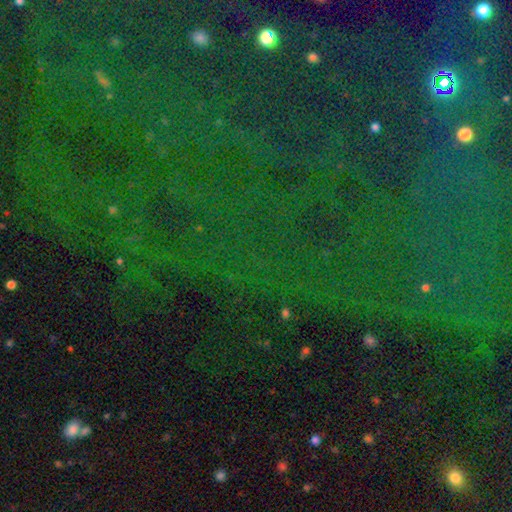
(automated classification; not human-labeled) The model was most divided on "smooth or featured": star or artifact: 83%, smooth: 9%, featured or disk: 8%.